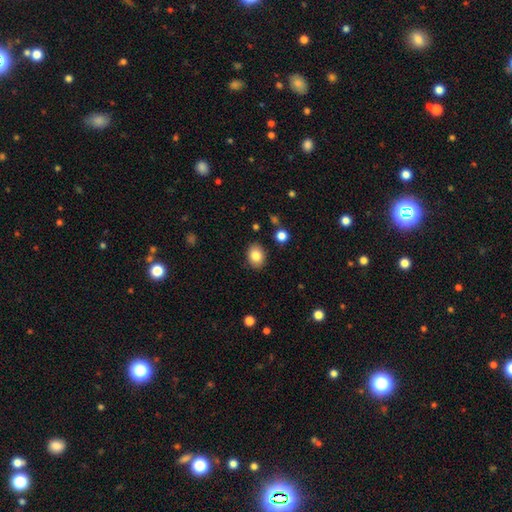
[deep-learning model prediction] Overall: smooth (82%). How rounded: in between (56%; round 43%). Merging: none (88%).